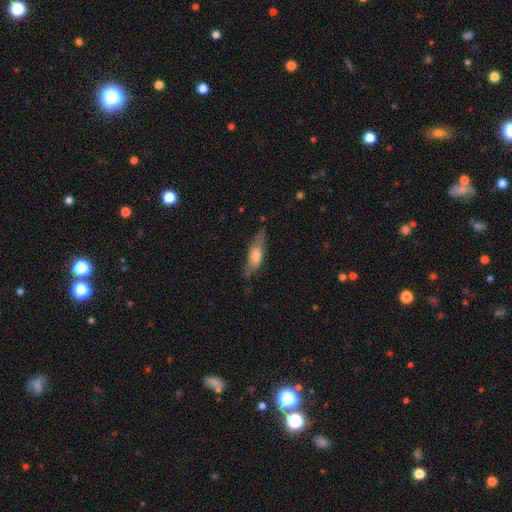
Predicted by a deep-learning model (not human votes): Smooth or featured?
  - smooth: 59% *
  - featured or disk: 35%
  - star or artifact: 6%
How rounded?
  - cigar-shaped: 54% *
  - in between: 44%
  - round: 2%
Merging?
  - none: 68% *
  - minor disturbance: 24%
  - major disturbance: 6%
  - merger: 2%